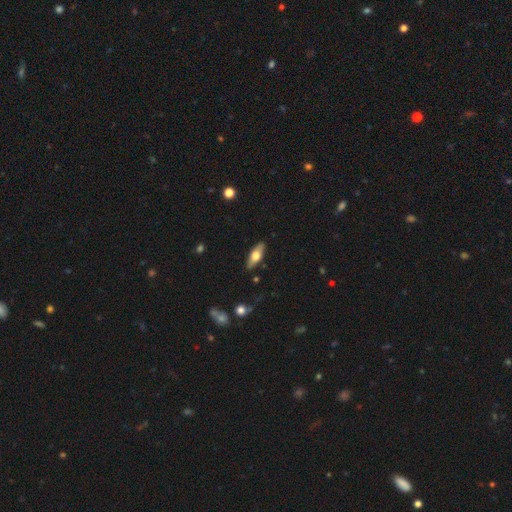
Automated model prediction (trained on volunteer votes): smooth_or_featured: smooth (p=0.55) [alt: featured or disk p=0.39]
how_rounded: in between (p=0.64) [alt: cigar-shaped p=0.33]
merging: none (p=0.86) [alt: minor disturbance p=0.10]